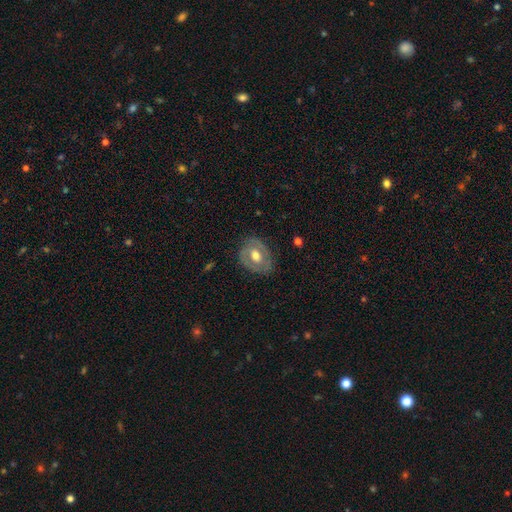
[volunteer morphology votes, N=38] This appears to be a featured or disk galaxy (68%) with no bar (71%), no spiral arms (54%) and a moderate central bulge (67%). Merging: none (66%).